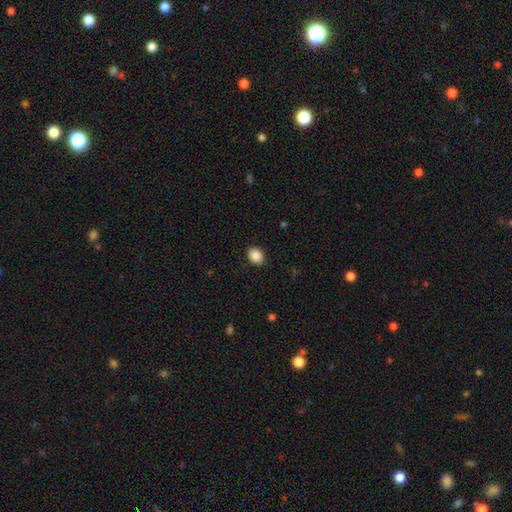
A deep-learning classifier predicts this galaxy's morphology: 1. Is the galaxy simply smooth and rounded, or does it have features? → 89% smooth, 8% star or artifact, 3% featured or disk.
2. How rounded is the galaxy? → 66% in between, 33% round, 1% cigar-shaped.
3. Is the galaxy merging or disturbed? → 90% none, 7% minor disturbance, 2% major disturbance, 1% merger.